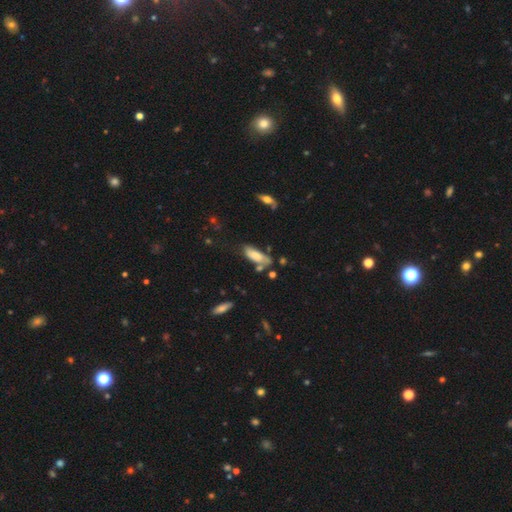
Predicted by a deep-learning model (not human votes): Smooth or featured?
  - smooth: 68% *
  - featured or disk: 24%
  - star or artifact: 8%
How rounded?
  - in between: 75% *
  - cigar-shaped: 23%
  - round: 2%
Merging?
  - none: 39% *
  - minor disturbance: 31%
  - major disturbance: 15%
  - merger: 15%